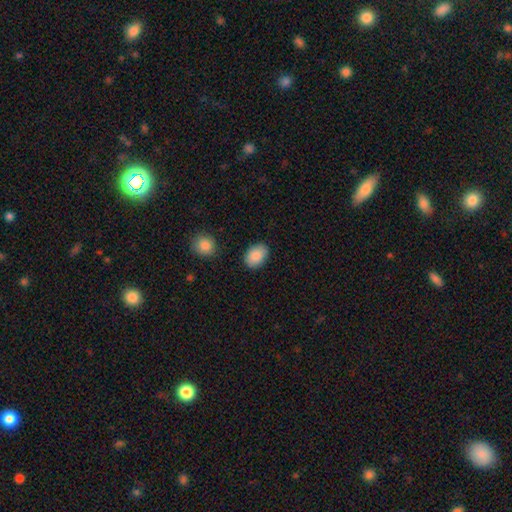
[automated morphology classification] A smooth galaxy with no disk features (89%) that is in between round and cigar-shaped (83%).

Vote fractions:
- Smooth or featured? smooth: 89% / star or artifact: 7% / featured or disk: 5%
- How rounded? in between: 83% / round: 16% / cigar-shaped: 1%
- Merging? none: 83% / minor disturbance: 12% / major disturbance: 3% / merger: 2%